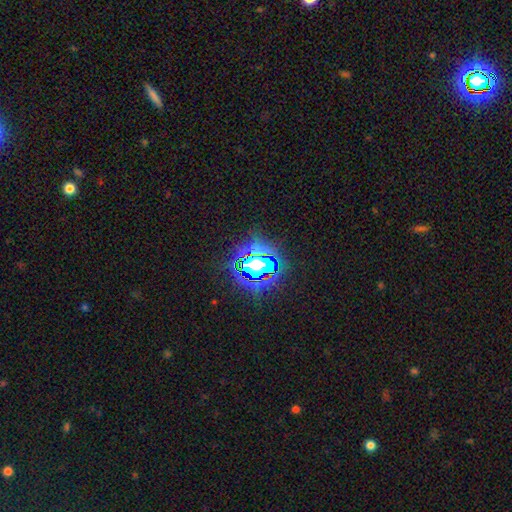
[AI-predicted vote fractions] smooth-or-featured: star or artifact: 79% | smooth: 13% | featured or disk: 8%